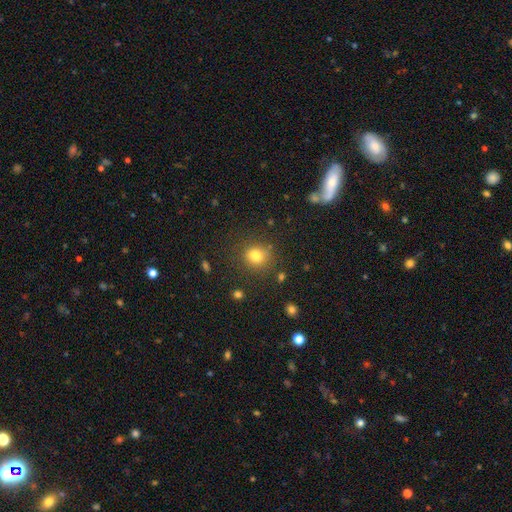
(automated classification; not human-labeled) Morphology: type=smooth (80%); roundness=round (70%); merging=none (75%).